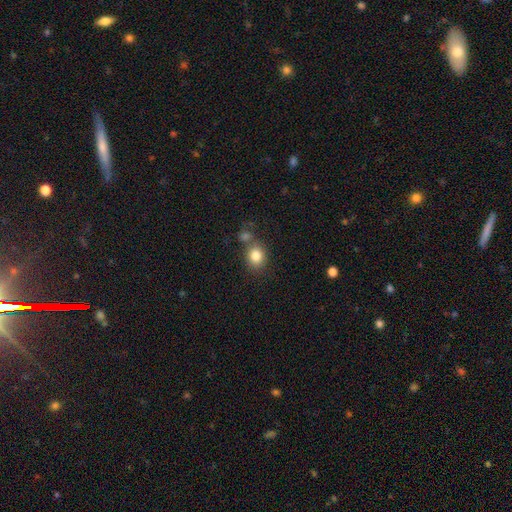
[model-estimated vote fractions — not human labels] A smooth galaxy with no disk features (83%) that is round (64%). Merging: none (63%).